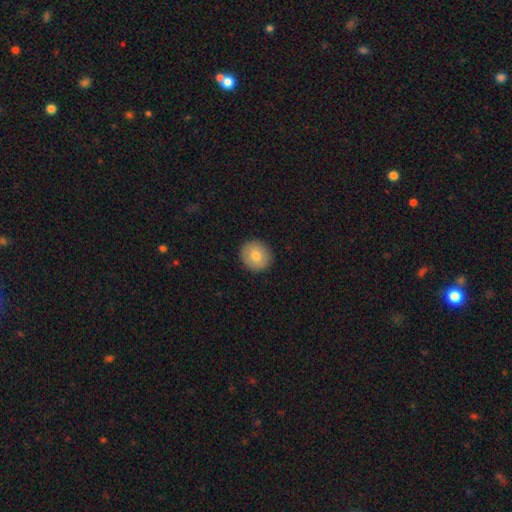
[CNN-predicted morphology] smooth_or_featured: smooth (p=0.79) [alt: featured or disk p=0.13]
how_rounded: round (p=0.85) [alt: in between p=0.14]
merging: none (p=0.91) [alt: minor disturbance p=0.06]